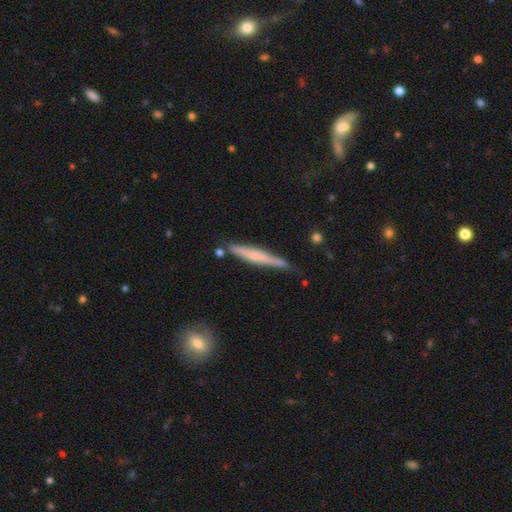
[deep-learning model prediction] Smooth or featured? smooth (47%, tied with featured or disk)
Merging? none (73%)